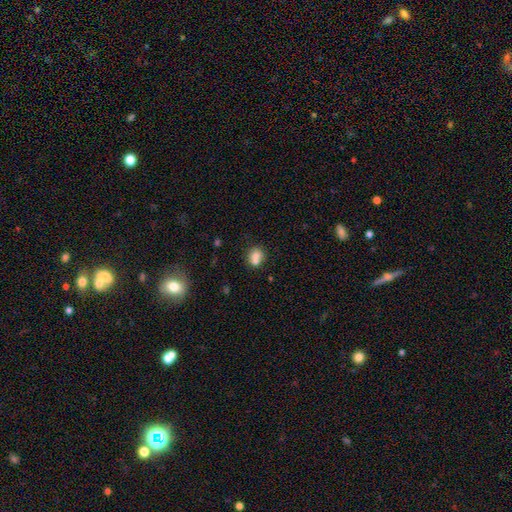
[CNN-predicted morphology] type=smooth (74%); roundness=round (68%); merging=none (45%).